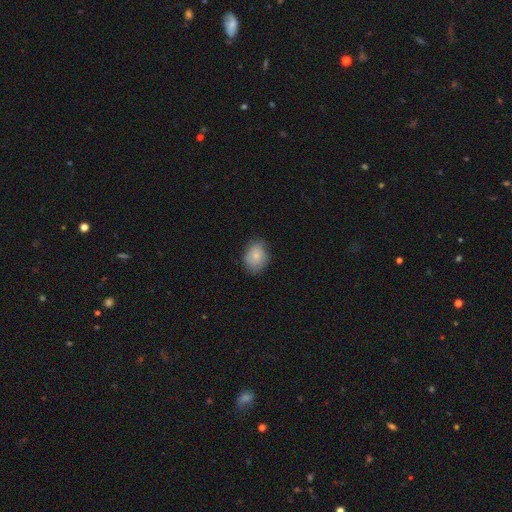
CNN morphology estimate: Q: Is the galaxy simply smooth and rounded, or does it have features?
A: smooth — 77%.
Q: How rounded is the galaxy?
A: in between — 53%.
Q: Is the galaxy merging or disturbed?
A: none — 70%.